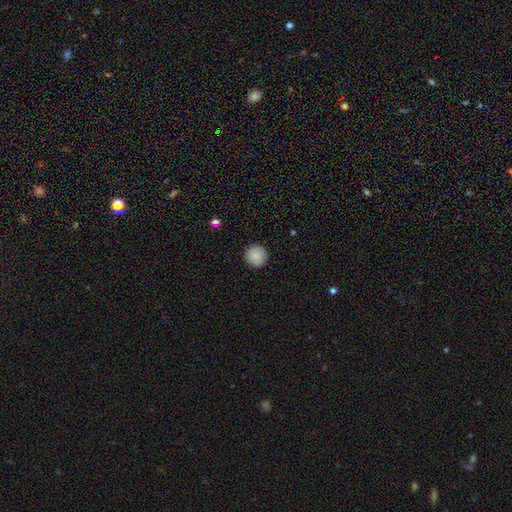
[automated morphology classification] This is clearly a smooth galaxy (89%). How rounded: clearly round (96%). Merging: clearly none (93%).